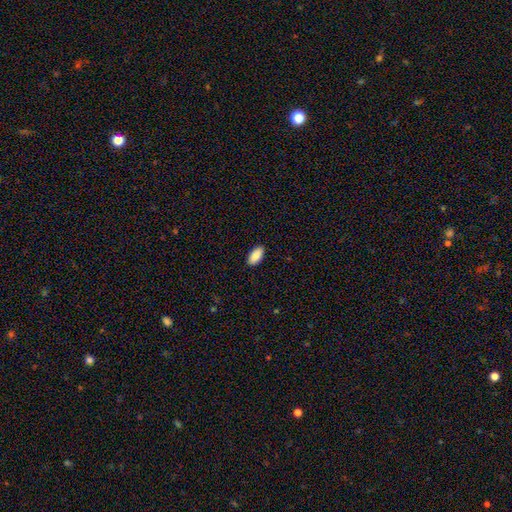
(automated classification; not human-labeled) Morphology: type=smooth (90%); roundness=in between (92%); merging=none (89%).